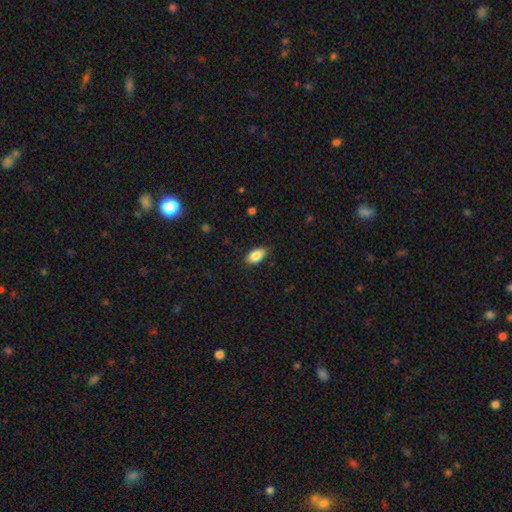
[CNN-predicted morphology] Smooth or featured: smooth — 86% (featured or disk — 7%)
How rounded: in between — 92% (cigar-shaped — 4%)
Merging: none — 84% (minor disturbance — 13%)